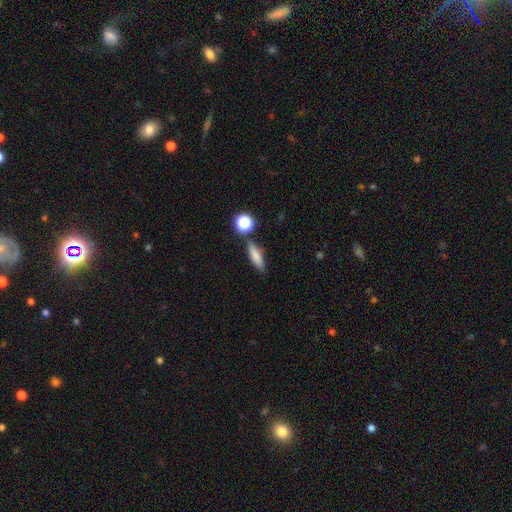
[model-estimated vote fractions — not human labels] Q: Smooth or featured?
A: smooth (76%); runner-up: featured or disk (14%)
Q: How rounded?
A: cigar-shaped (57%); runner-up: in between (36%)
Q: Merging?
A: none (77%); runner-up: minor disturbance (12%)